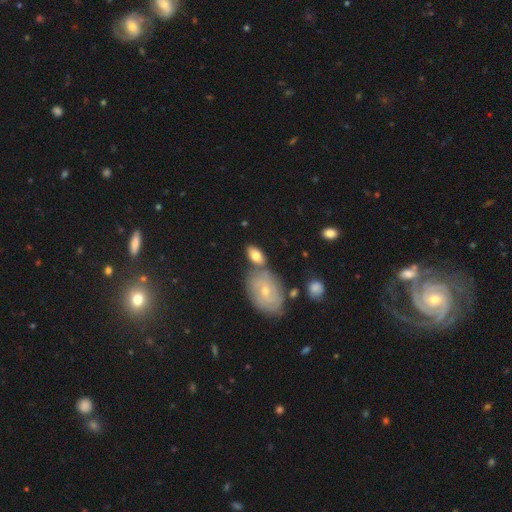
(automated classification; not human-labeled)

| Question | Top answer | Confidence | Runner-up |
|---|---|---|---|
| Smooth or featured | smooth | 62% | featured or disk (31%) |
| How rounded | in between | 89% | round (8%) |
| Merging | none | 57% | merger (23%) |